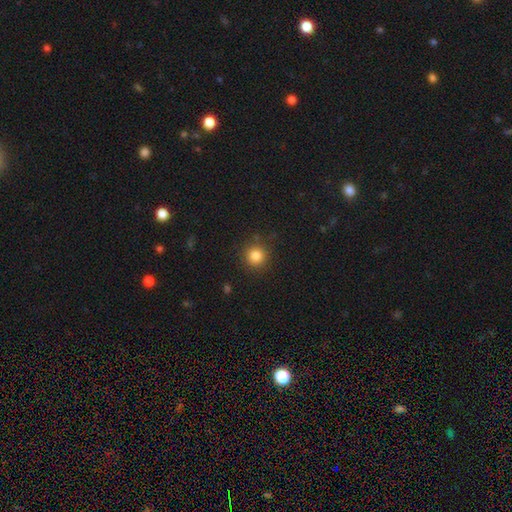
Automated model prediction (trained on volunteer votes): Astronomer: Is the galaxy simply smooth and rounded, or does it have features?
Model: smooth — 84%.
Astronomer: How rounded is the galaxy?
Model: round — 94%.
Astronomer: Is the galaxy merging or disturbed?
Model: none — 88%.